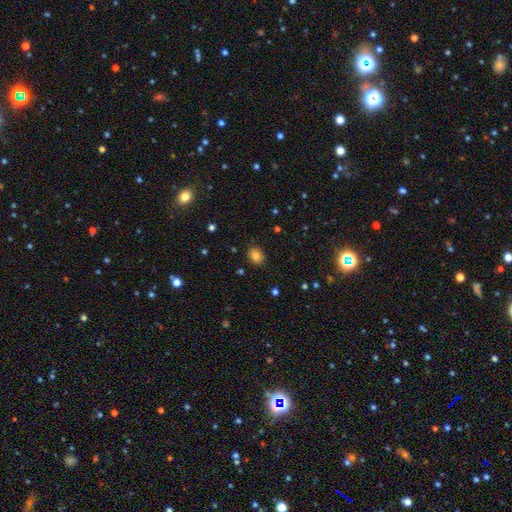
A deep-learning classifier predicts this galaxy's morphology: A smooth galaxy with no disk features (82%) that is in between round and cigar-shaped (50%). Merging: none (87%).